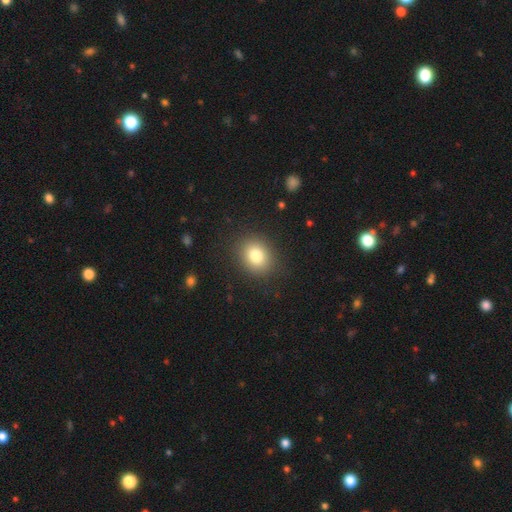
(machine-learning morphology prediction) smooth_or_featured: smooth (p=0.81) [alt: star or artifact p=0.11]
how_rounded: round (p=0.59) [alt: in between p=0.40]
merging: none (p=0.88) [alt: minor disturbance p=0.08]